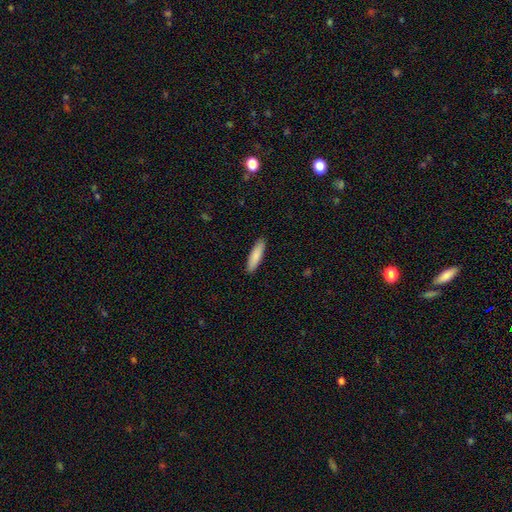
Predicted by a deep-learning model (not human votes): A smooth galaxy with no disk features (86%) that is cigar-shaped (72%). Merging: none (90%).